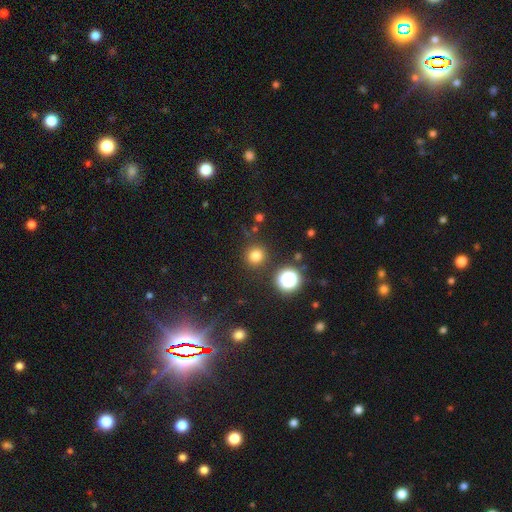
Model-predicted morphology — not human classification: Smooth or featured: smooth — 77% (star or artifact — 18%)
How rounded: round — 93% (in between — 6%)
Merging: none — 88% (minor disturbance — 7%)